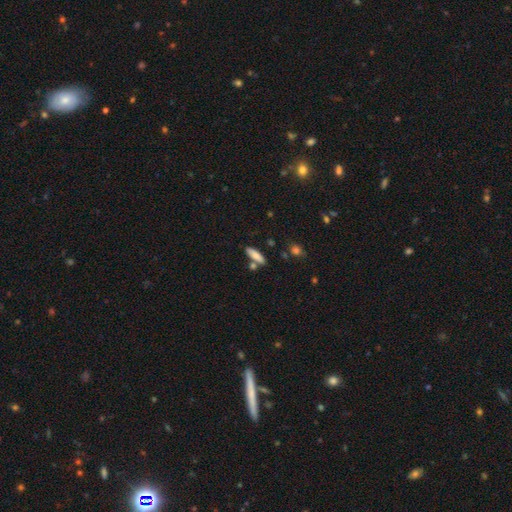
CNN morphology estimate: Smooth or featured: smooth — 80% (featured or disk — 13%)
How rounded: cigar-shaped — 65% (in between — 33%)
Merging: none — 71% (merger — 14%)